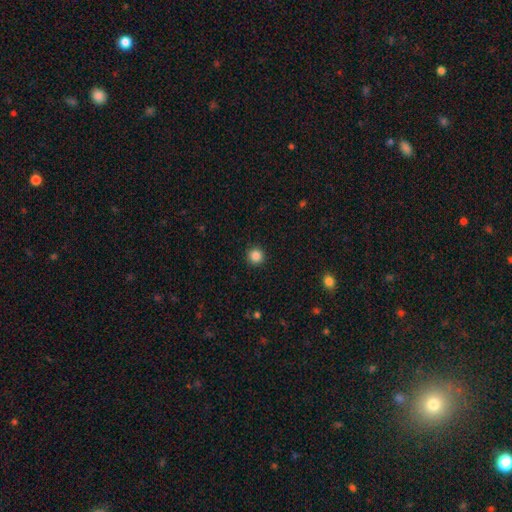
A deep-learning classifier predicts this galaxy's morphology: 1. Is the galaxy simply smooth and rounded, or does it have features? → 86% smooth, 10% star or artifact, 3% featured or disk.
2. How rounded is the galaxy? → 95% round, 4% in between, 1% cigar-shaped.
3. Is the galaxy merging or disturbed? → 93% none, 5% minor disturbance, 2% major disturbance, 1% merger.